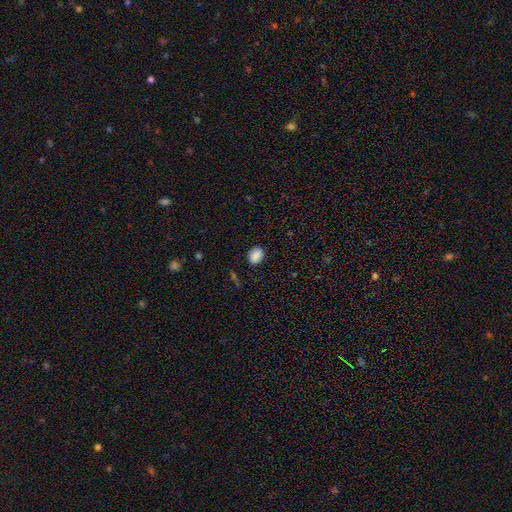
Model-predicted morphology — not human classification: This appears to be a smooth galaxy with no disk features (87%) that is in between round and cigar-shaped (58%). Merging: none (85%).